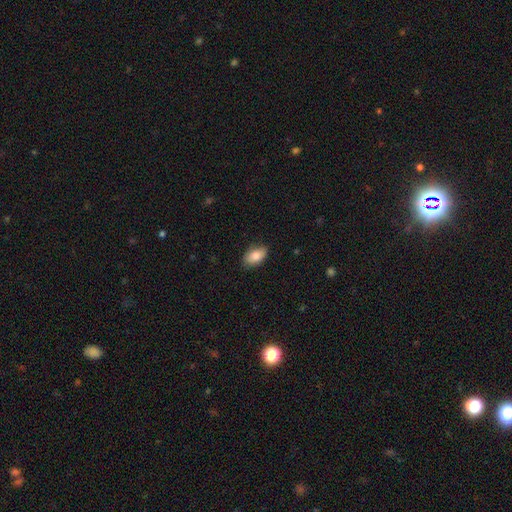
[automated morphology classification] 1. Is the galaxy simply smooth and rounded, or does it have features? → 81% smooth, 12% featured or disk, 7% star or artifact.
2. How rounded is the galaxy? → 91% in between, 6% round, 2% cigar-shaped.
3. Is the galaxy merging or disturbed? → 84% none, 12% minor disturbance, 2% major disturbance, 1% merger.